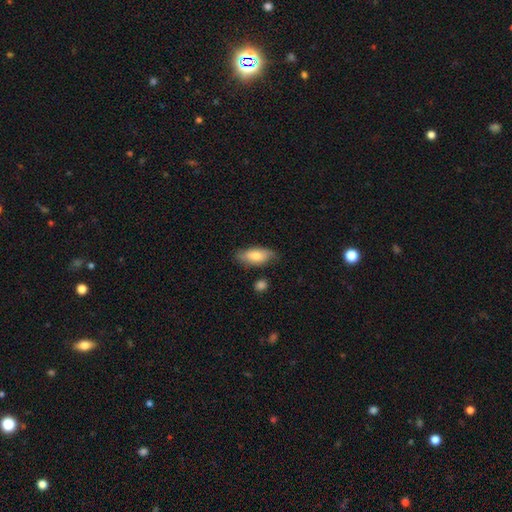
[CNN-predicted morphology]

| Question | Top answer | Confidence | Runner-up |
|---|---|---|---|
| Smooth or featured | smooth | 69% | featured or disk (23%) |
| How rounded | in between | 85% | cigar-shaped (12%) |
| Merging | none | 75% | minor disturbance (19%) |